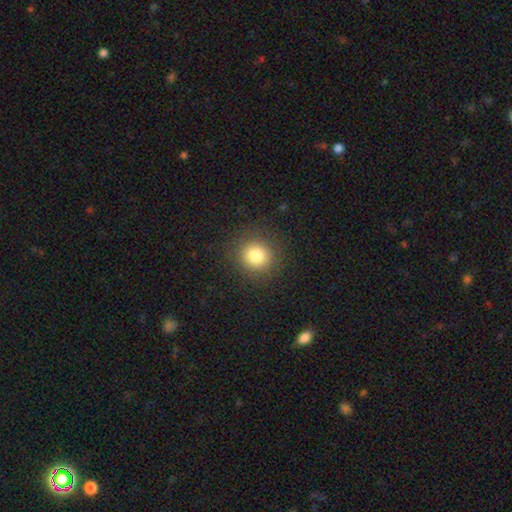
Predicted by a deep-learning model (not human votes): smooth_or_featured: smooth (p=0.82) [alt: star or artifact p=0.12]
how_rounded: round (p=0.90) [alt: in between p=0.09]
merging: none (p=0.89) [alt: minor disturbance p=0.07]